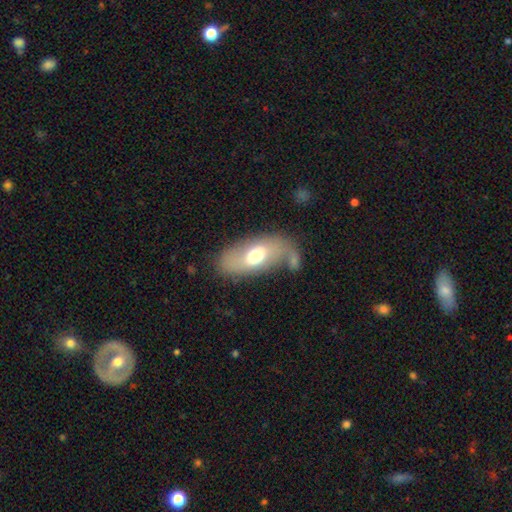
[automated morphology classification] Smooth or featured: smooth — 52% (featured or disk — 41%)
How rounded: in between — 91% (round — 5%)
Merging: none — 52% (minor disturbance — 19%)